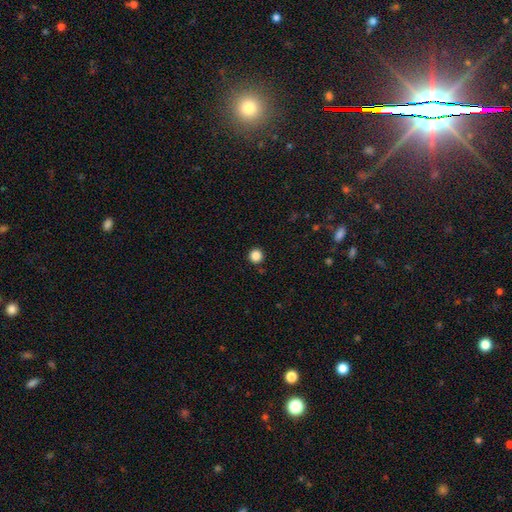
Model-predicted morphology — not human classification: Overall: smooth (86%). How rounded: round (96%). Merging: none (92%).